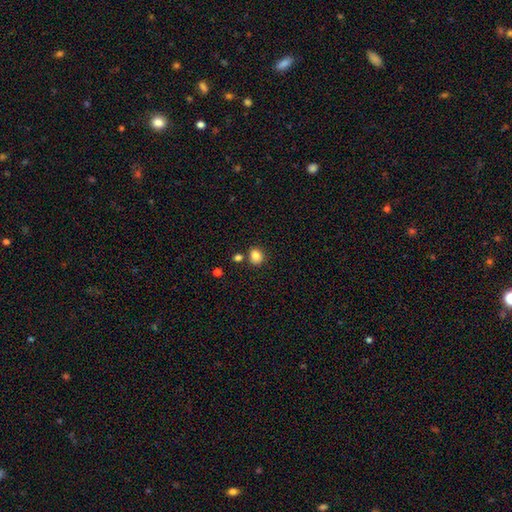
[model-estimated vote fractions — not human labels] The model was most divided on "how rounded": round: 74%, in between: 25%, cigar-shaped: 1%. More confident: smooth or featured — smooth (84%); merging — none (77%).